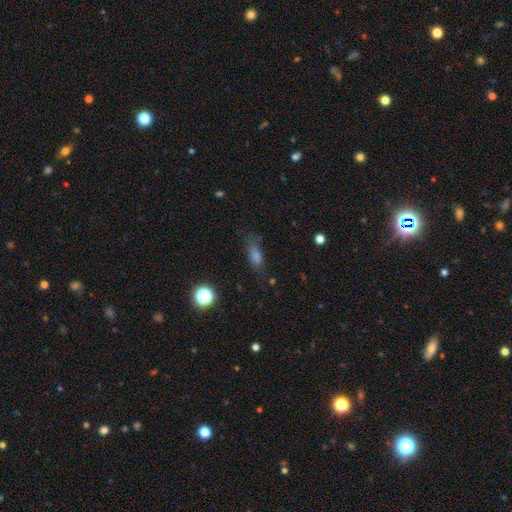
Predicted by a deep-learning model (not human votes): Smooth or featured? Predicted: smooth (p=0.63). How rounded? Predicted: in between (p=0.59). Merging? Predicted: none (p=0.67).